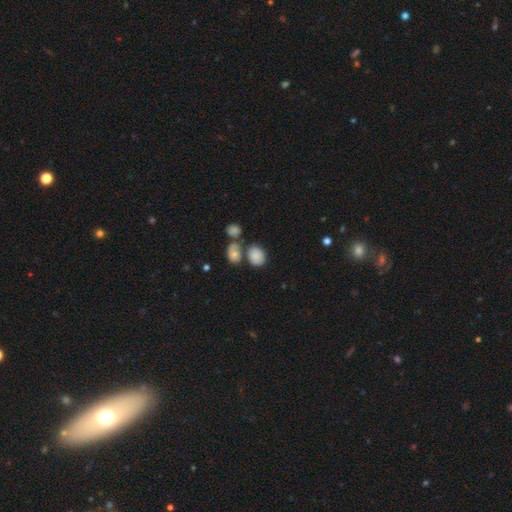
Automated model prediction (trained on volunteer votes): The model was most divided on "how rounded": in between: 57%, round: 42%, cigar-shaped: 1%. More confident: smooth or featured — smooth (84%); merging — none (53%).